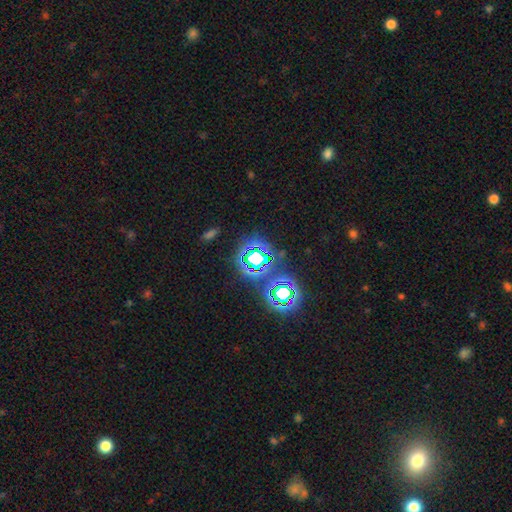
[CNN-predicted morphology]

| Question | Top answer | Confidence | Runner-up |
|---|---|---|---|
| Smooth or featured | star or artifact | 69% | smooth (20%) |